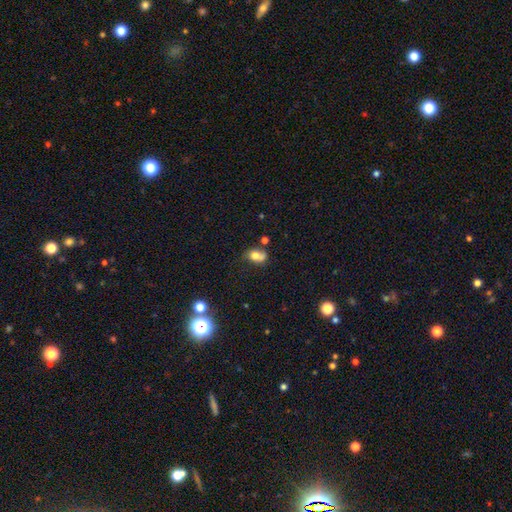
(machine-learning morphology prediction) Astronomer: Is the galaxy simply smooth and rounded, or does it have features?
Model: smooth — 68%.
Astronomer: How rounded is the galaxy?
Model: in between — 57% (runner-up: round, 41%).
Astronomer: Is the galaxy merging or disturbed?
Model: none — 34% (runner-up: merger, 32%).